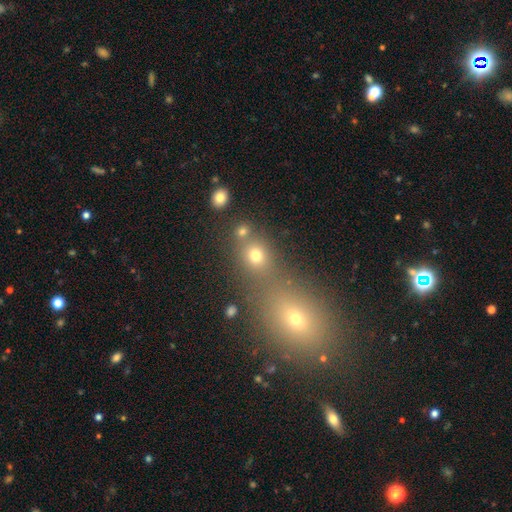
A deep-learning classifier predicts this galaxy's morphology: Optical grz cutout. It shows a smooth galaxy with no disk features (73%) that is round (73%). Merging: none (59%).